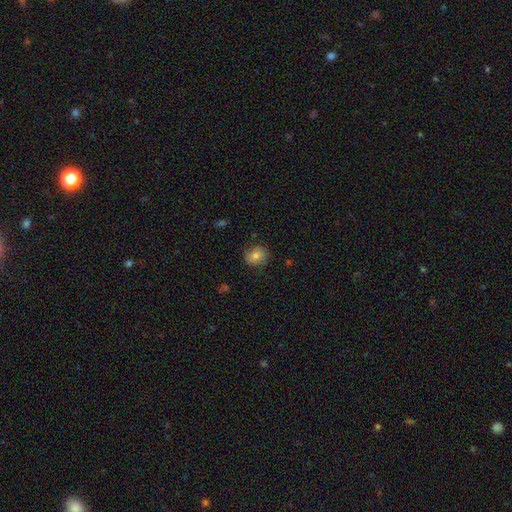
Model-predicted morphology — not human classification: smooth 74%, featured or disk 17%, star or artifact 10%. Down the decision tree: how rounded — round (77%); merging — none (80%).